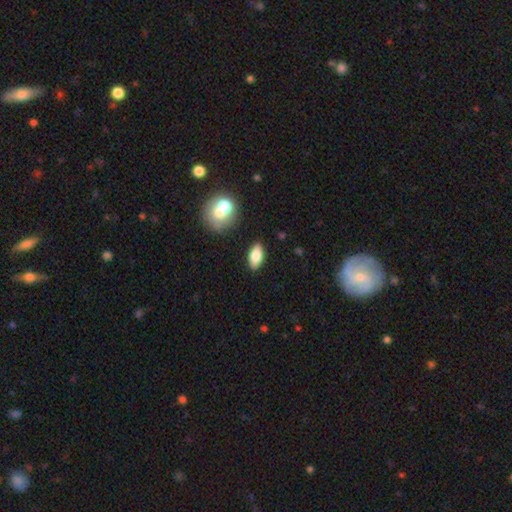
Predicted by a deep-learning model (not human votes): A smooth galaxy with no disk features (80%) that is in between round and cigar-shaped (88%). Merging: none (87%).